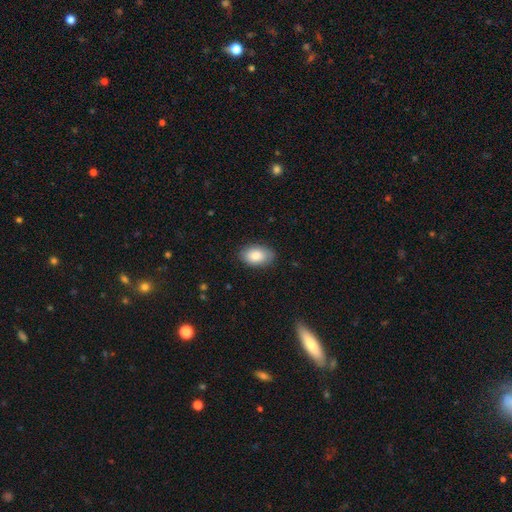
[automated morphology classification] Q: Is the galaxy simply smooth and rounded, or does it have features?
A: smooth — 82%.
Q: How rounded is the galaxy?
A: in between — 90%.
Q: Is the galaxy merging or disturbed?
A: none — 84%.